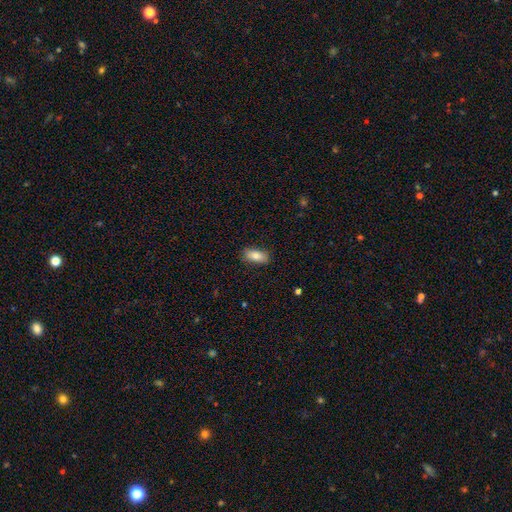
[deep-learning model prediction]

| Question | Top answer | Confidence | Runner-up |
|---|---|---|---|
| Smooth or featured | smooth | 80% | featured or disk (13%) |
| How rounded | in between | 83% | cigar-shaped (14%) |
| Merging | none | 86% | minor disturbance (11%) |